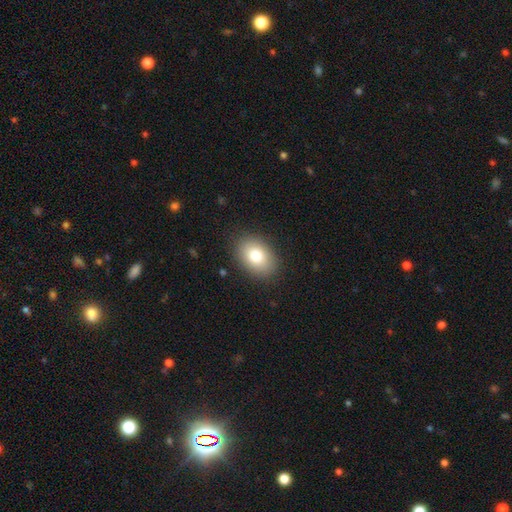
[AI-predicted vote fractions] Morphology: type=smooth (81%); roundness=in between (79%); merging=none (87%).